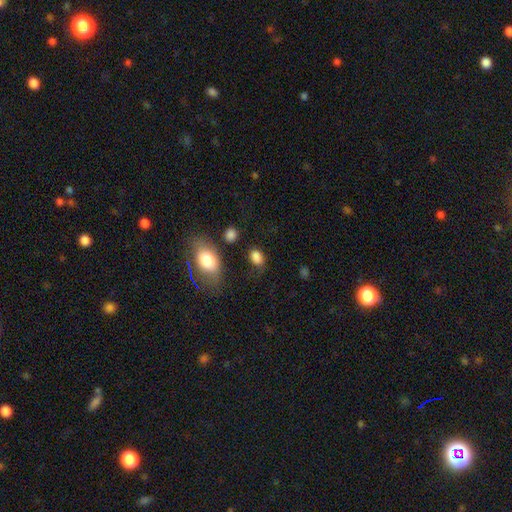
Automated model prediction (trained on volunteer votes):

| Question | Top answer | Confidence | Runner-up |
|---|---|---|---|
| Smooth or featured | smooth | 83% | star or artifact (10%) |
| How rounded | in between | 73% | round (26%) |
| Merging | none | 61% | minor disturbance (23%) |